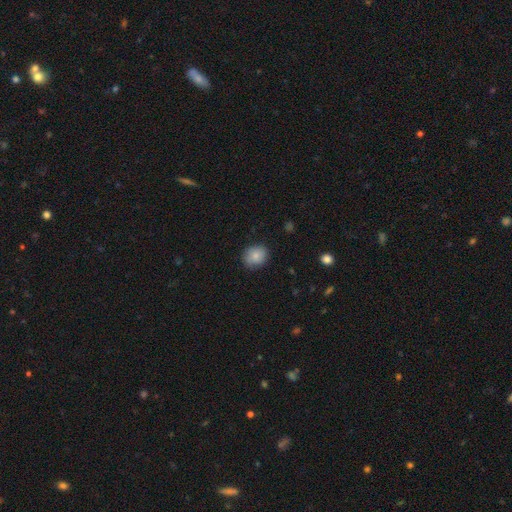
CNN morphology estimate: This is clearly a smooth galaxy (84%). How rounded: likely round (62%). Merging: likely none (80%).